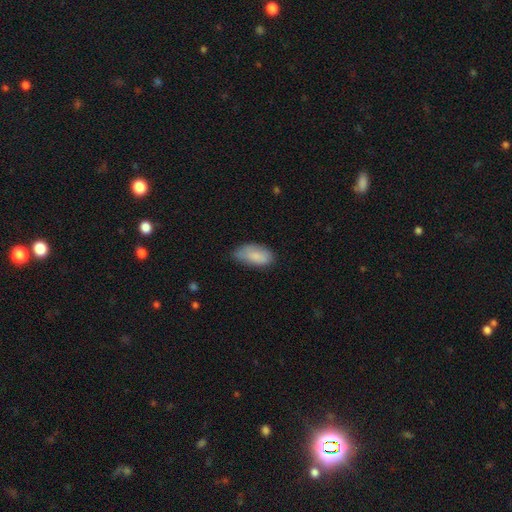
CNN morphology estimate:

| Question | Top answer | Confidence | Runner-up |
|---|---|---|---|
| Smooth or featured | smooth | 84% | featured or disk (10%) |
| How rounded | in between | 93% | cigar-shaped (4%) |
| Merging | none | 60% | minor disturbance (32%) |